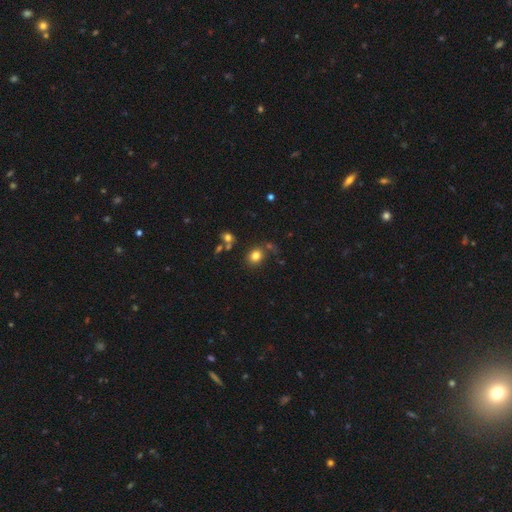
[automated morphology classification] Q: Smooth or featured?
A: smooth (79%); runner-up: star or artifact (13%)
Q: How rounded?
A: round (67%); runner-up: in between (32%)
Q: Merging?
A: none (71%); runner-up: minor disturbance (13%)